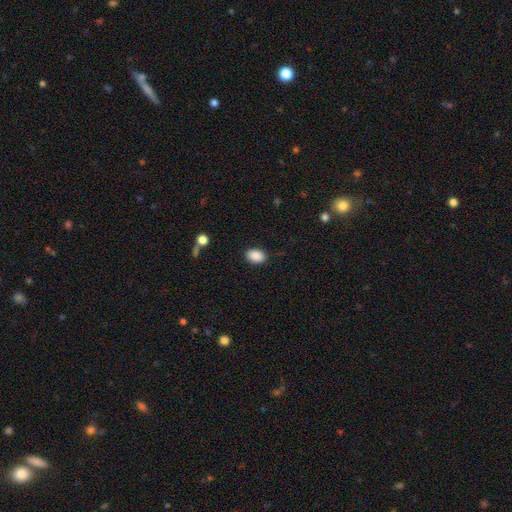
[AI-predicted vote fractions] Morphology: type=smooth (89%); roundness=in between (86%); merging=none (87%).